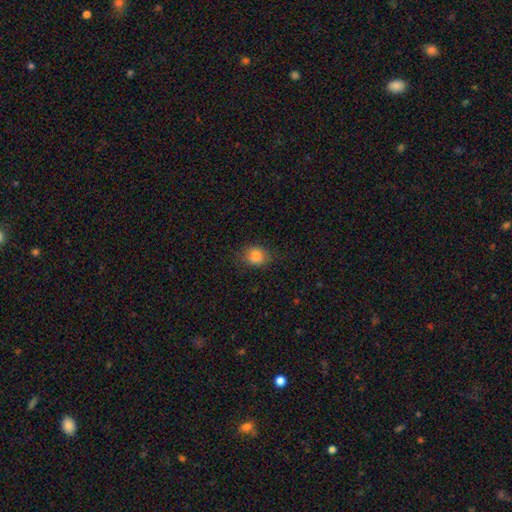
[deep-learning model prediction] Smooth or featured?
  - smooth: 83% *
  - star or artifact: 10%
  - featured or disk: 7%
How rounded?
  - round: 60% *
  - in between: 39%
  - cigar-shaped: 1%
Merging?
  - none: 78% *
  - minor disturbance: 16%
  - major disturbance: 5%
  - merger: 1%